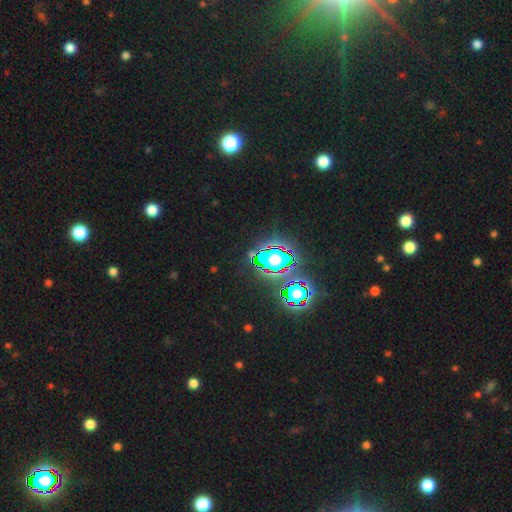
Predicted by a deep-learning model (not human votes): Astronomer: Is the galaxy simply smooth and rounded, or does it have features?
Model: star or artifact — 77%.